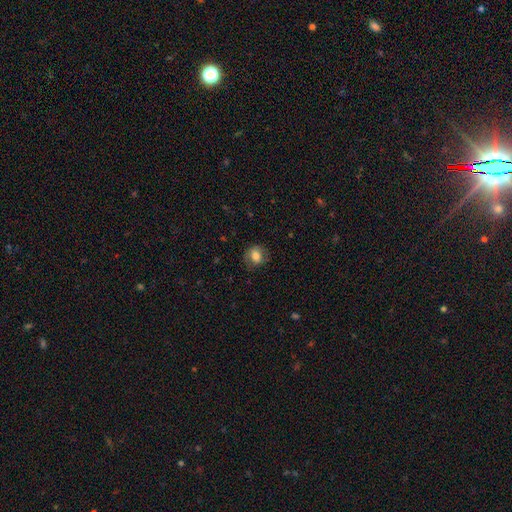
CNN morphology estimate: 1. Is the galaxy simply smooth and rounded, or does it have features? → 75% smooth, 16% featured or disk, 9% star or artifact.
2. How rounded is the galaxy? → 57% round, 42% in between, 1% cigar-shaped.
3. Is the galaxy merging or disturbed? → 72% none, 19% minor disturbance, 8% major disturbance, 1% merger.